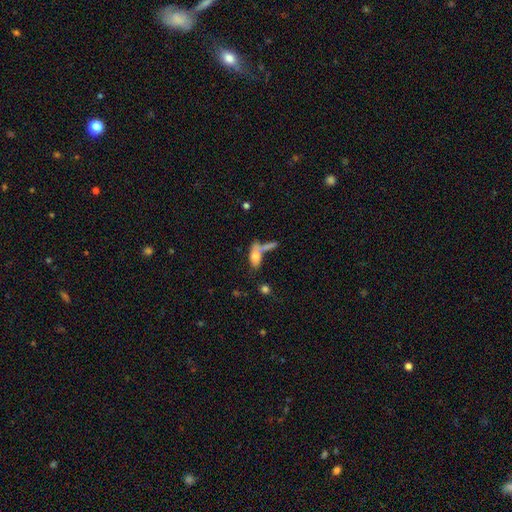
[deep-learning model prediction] Morphology: type=smooth (68%); roundness=in between (74%); merging=merger (40%).